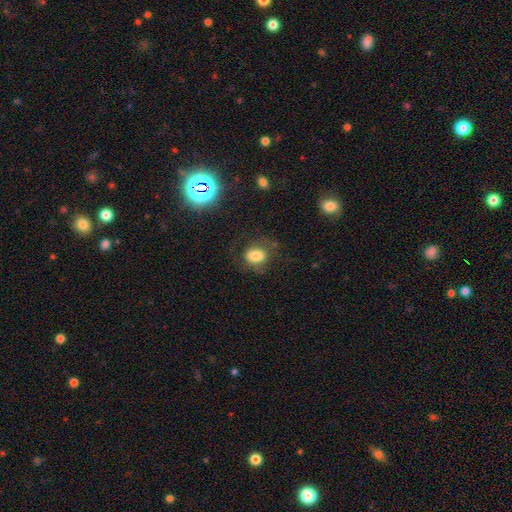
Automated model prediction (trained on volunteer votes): Smooth or featured? smooth (73%)
How rounded? in between (67%)
Merging? none (62%)